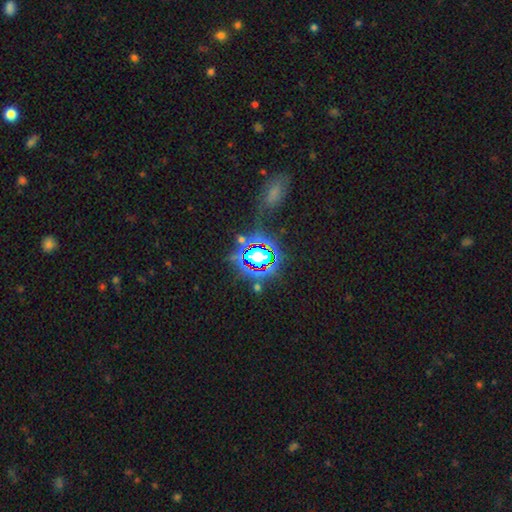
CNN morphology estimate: smooth-or-featured: star or artifact: 71% | smooth: 18% | featured or disk: 11%